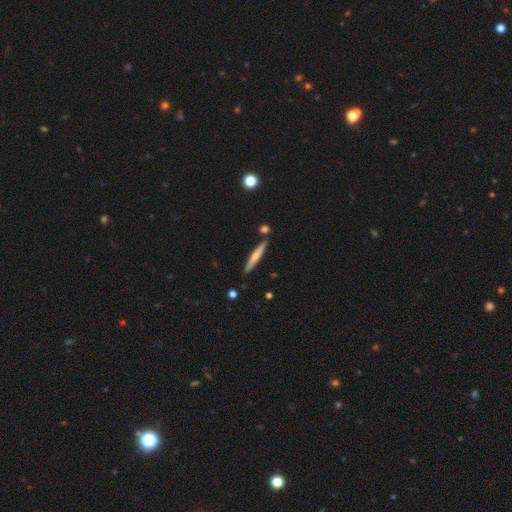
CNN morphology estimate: A smooth galaxy with no disk features (63%) that is cigar-shaped (95%). Merging: none (85%).